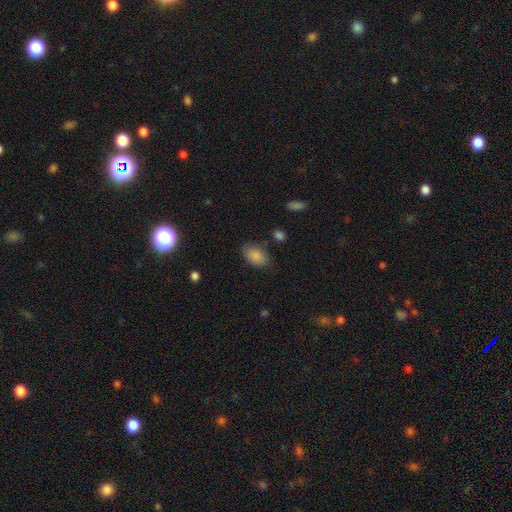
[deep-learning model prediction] This is clearly a smooth galaxy (87%). How rounded: clearly in between (88%). Merging: likely none (75%).